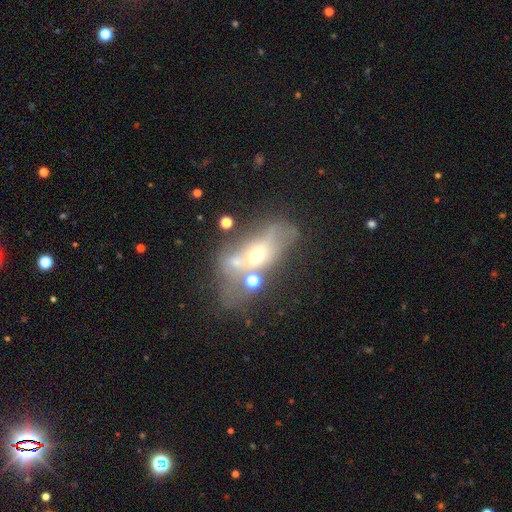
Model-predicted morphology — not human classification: Smooth or featured: featured or disk — 58% (smooth — 29%)
Edge-on disk: no — 82% (yes — 18%)
Merging: merger — 42% (none — 25%)